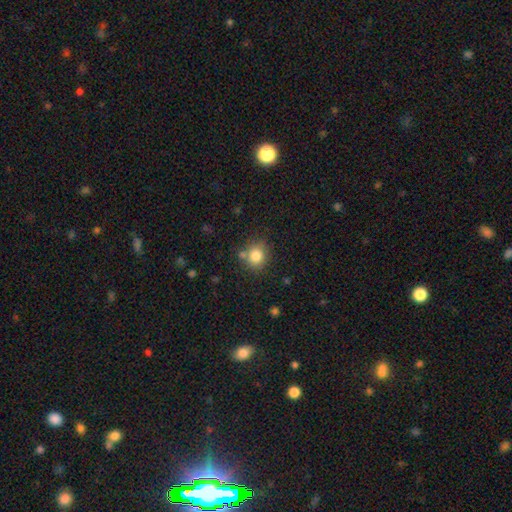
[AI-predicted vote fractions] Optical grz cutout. It shows a smooth galaxy with no disk features (82%) that is round (80%). Merging: none (72%).